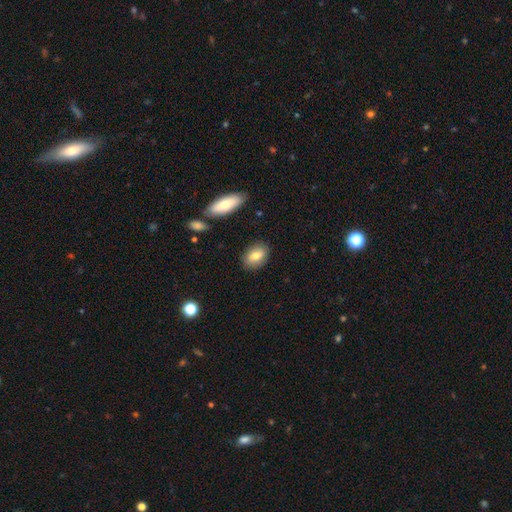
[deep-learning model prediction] Smooth or featured? Predicted: smooth (p=0.78). How rounded? Predicted: in between (p=0.81). Merging? Predicted: none (p=0.86).